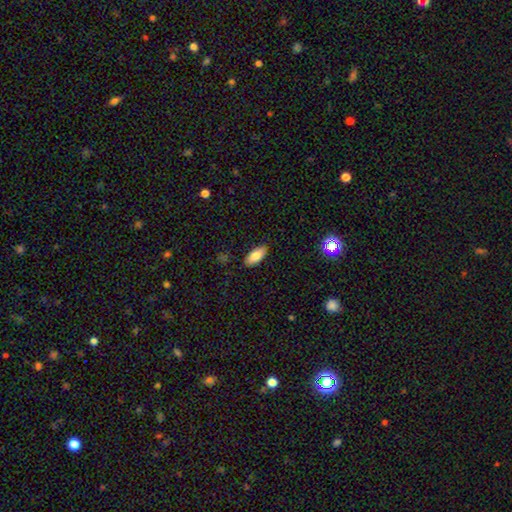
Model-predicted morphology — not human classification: Q: Smooth or featured?
A: smooth (83%); runner-up: featured or disk (9%)
Q: How rounded?
A: in between (89%); runner-up: cigar-shaped (9%)
Q: Merging?
A: none (86%); runner-up: minor disturbance (10%)